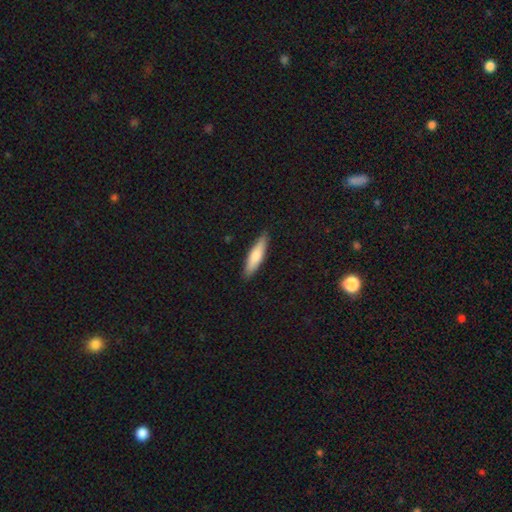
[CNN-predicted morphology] Smooth or featured? Predicted: smooth (p=0.72). How rounded? Predicted: cigar-shaped (p=0.74). Merging? Predicted: none (p=0.89).